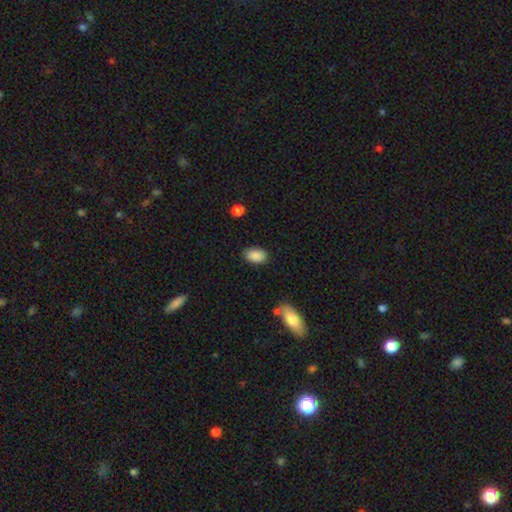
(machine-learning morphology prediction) smooth_or_featured: smooth (p=0.89) [alt: star or artifact p=0.07]
how_rounded: in between (p=0.90) [alt: round p=0.08]
merging: none (p=0.84) [alt: minor disturbance p=0.12]